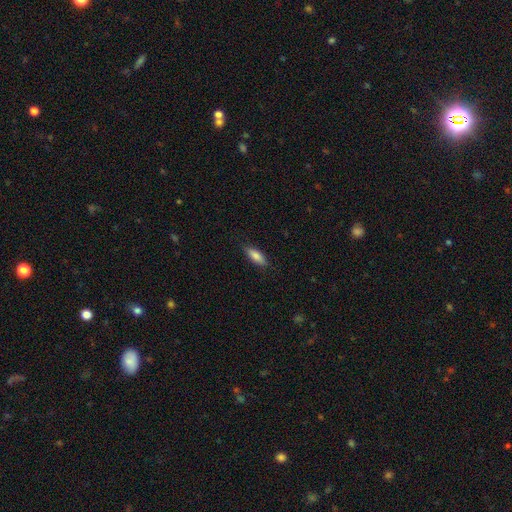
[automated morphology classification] Overall: smooth (81%). How rounded: in between (63%; cigar-shaped 35%). Merging: none (85%).